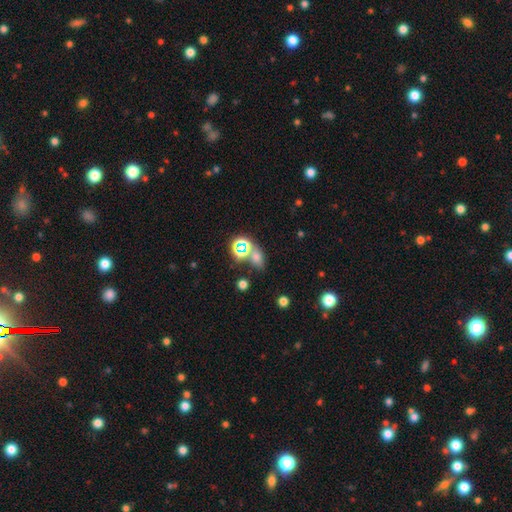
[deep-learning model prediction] Morphology: type=smooth (55%); roundness=in between (61%); merging=none (60%).